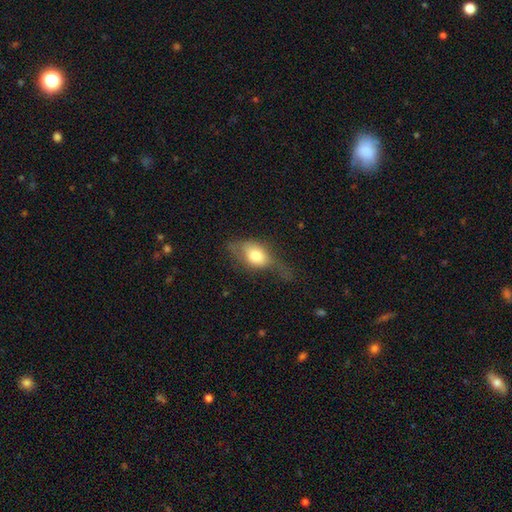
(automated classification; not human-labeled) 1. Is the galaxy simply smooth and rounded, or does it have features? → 64% smooth, 28% featured or disk, 8% star or artifact.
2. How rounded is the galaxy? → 76% in between, 19% round, 5% cigar-shaped.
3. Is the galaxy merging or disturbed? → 36% major disturbance, 31% none, 30% minor disturbance, 3% merger.